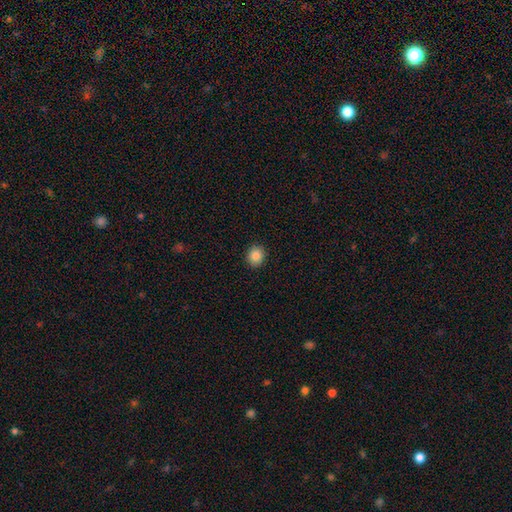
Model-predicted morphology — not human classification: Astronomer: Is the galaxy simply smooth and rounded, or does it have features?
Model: smooth — 86%.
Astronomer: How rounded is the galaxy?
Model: round — 75%.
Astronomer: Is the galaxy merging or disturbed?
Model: none — 91%.